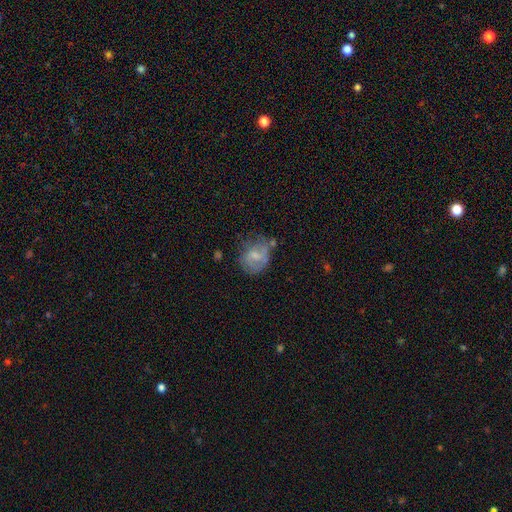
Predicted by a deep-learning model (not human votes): A featured or disk galaxy (51%).

Vote fractions:
- Smooth or featured? featured or disk: 51% / smooth: 41% / star or artifact: 8%
- Edge-on disk? no: 97% / yes: 3%
- Merging? none: 47% / minor disturbance: 29% / major disturbance: 17% / merger: 7%